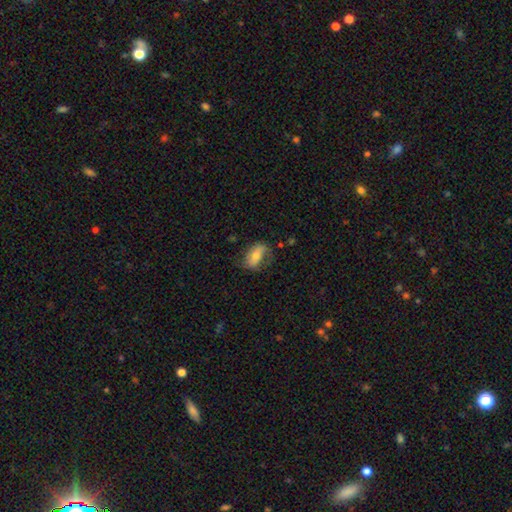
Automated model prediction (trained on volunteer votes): A smooth galaxy with no disk features (49%).

Vote fractions:
- Smooth or featured? smooth: 49% / featured or disk: 43% / star or artifact: 8%
- Merging? none: 59% / minor disturbance: 25% / major disturbance: 14% / merger: 2%